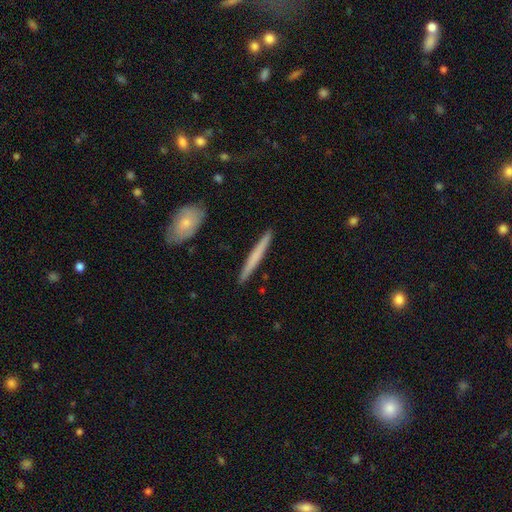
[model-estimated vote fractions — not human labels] This is possibly a smooth galaxy (57%). How rounded: clearly cigar-shaped (96%). Merging: clearly none (91%).